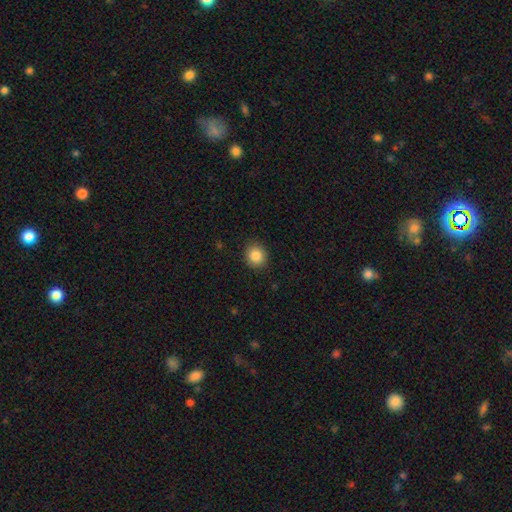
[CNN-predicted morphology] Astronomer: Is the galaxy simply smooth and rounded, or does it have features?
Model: smooth — 86%.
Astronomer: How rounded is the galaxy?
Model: round — 82%.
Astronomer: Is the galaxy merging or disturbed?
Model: none — 89%.